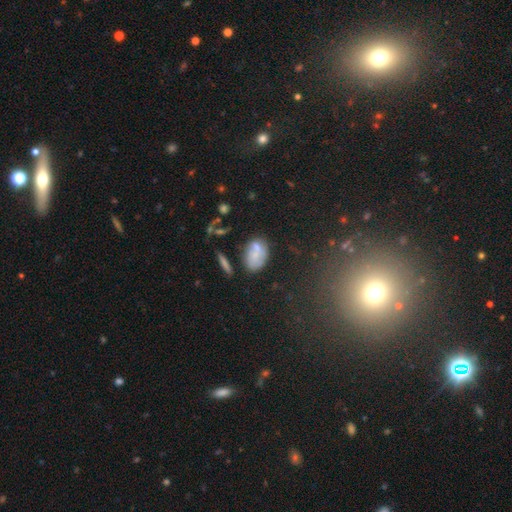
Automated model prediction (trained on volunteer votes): Smooth or featured? Predicted: smooth (p=0.63). How rounded? Predicted: in between (p=0.84). Merging? Predicted: none (p=0.52).